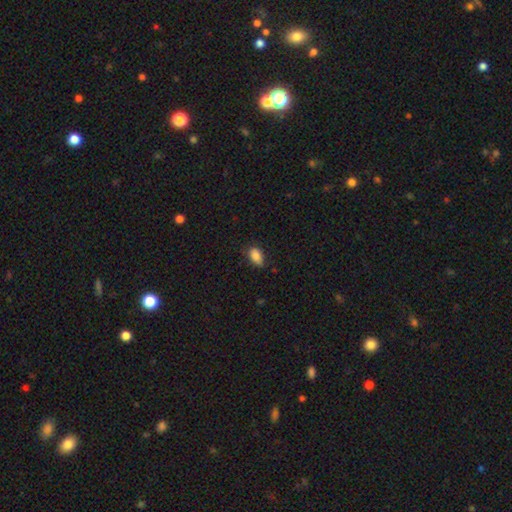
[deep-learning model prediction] The model was most divided on "merging": none: 72%, minor disturbance: 22%, major disturbance: 4%, merger: 1%. More confident: how rounded — in between (90%); smooth or featured — smooth (86%).